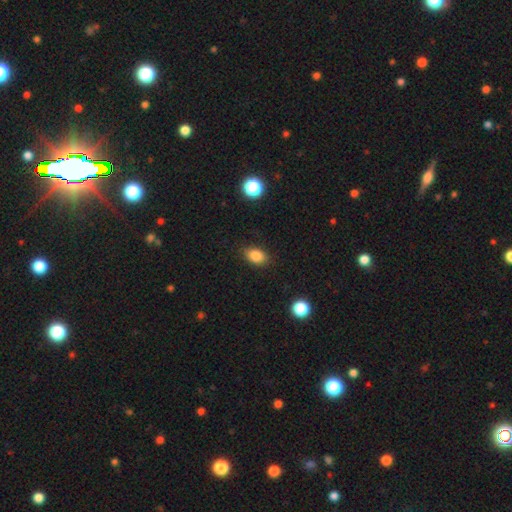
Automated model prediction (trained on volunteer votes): Smooth or featured: smooth — 85% (star or artifact — 10%)
How rounded: in between — 81% (round — 18%)
Merging: none — 85% (minor disturbance — 11%)